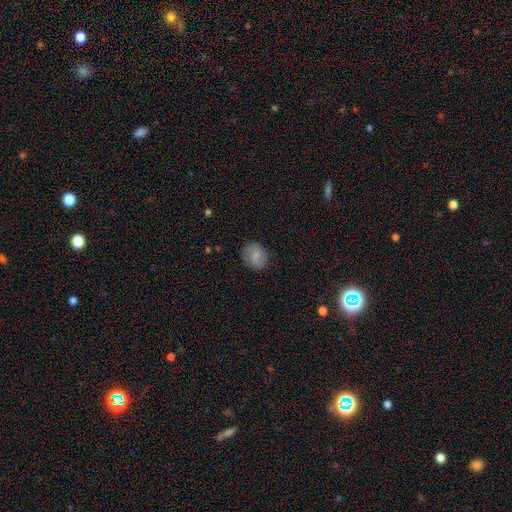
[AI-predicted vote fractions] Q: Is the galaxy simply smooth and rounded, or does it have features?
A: smooth — 78%.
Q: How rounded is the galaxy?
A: round — 70%.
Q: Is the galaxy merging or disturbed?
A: none — 84%.